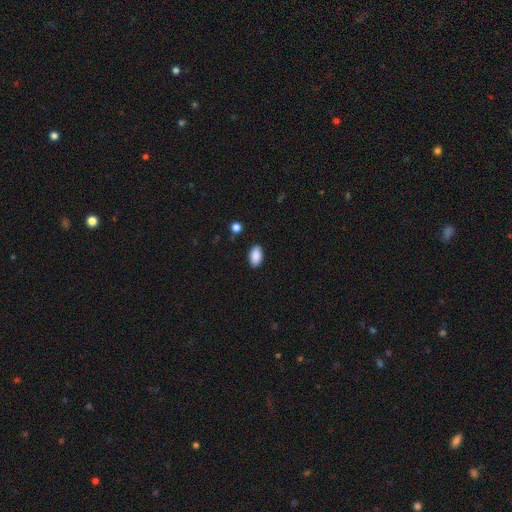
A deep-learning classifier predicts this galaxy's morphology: Smooth or featured?
  - smooth: 89% *
  - star or artifact: 7%
  - featured or disk: 4%
How rounded?
  - in between: 93% *
  - round: 5%
  - cigar-shaped: 2%
Merging?
  - none: 87% *
  - minor disturbance: 9%
  - major disturbance: 2%
  - merger: 1%